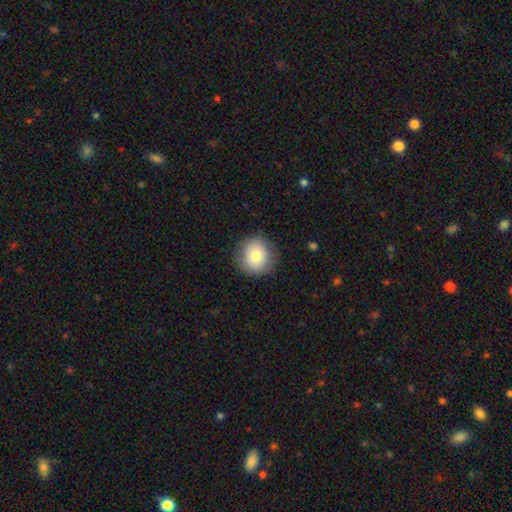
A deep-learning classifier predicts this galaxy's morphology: Smooth or featured? smooth (76%)
How rounded? round (86%)
Merging? none (83%)